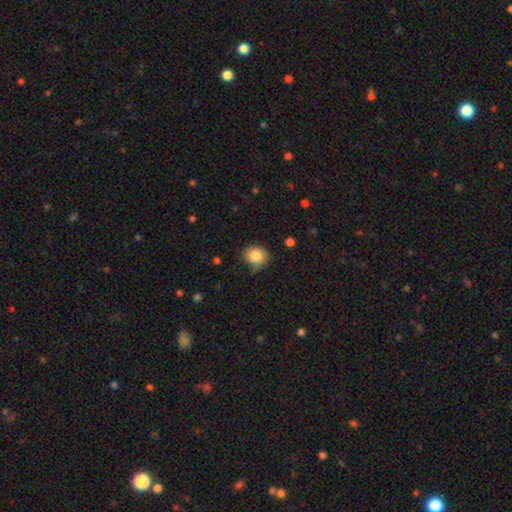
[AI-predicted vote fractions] A smooth galaxy with no disk features (84%) that is round (79%).

Vote fractions:
- Smooth or featured? smooth: 84% / star or artifact: 9% / featured or disk: 7%
- How rounded? round: 79% / in between: 20% / cigar-shaped: 1%
- Merging? none: 75% / minor disturbance: 20% / major disturbance: 4% / merger: 2%